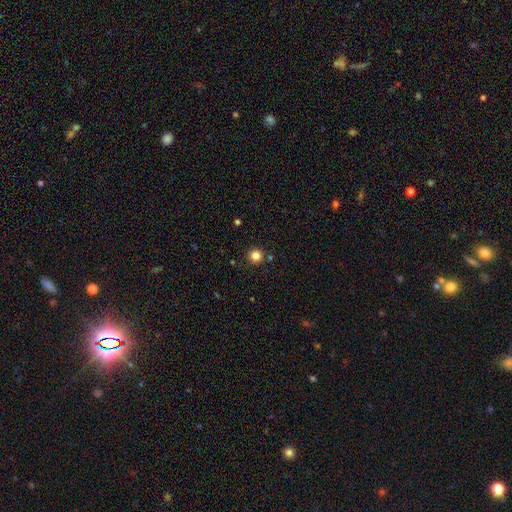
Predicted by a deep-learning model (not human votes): A smooth galaxy with no disk features (83%) that is round (95%).

Vote fractions:
- Smooth or featured? smooth: 83% / star or artifact: 13% / featured or disk: 4%
- How rounded? round: 95% / in between: 4% / cigar-shaped: 1%
- Merging? none: 89% / minor disturbance: 6% / merger: 3% / major disturbance: 2%